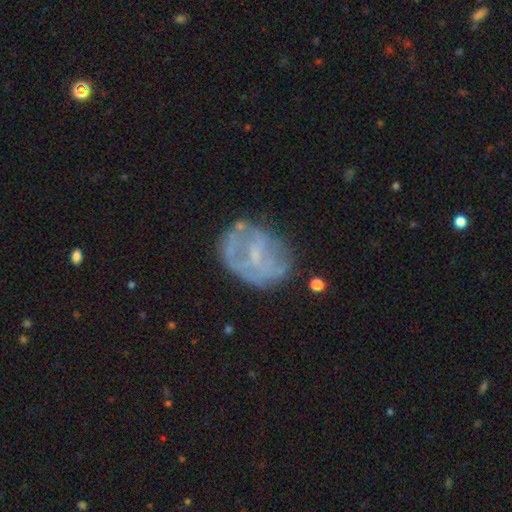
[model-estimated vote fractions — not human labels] smooth_or_featured: featured or disk (p=0.60) [alt: smooth p=0.30]
disk_edge_on: no (p=0.97) [alt: yes p=0.03]
bar: no (p=0.54) [alt: weak p=0.35]
has_spiral_arms: no (p=0.63) [alt: yes p=0.37]
bulge_size: small (p=0.49) [alt: none p=0.35]
merging: none (p=0.56) [alt: minor disturbance p=0.23]